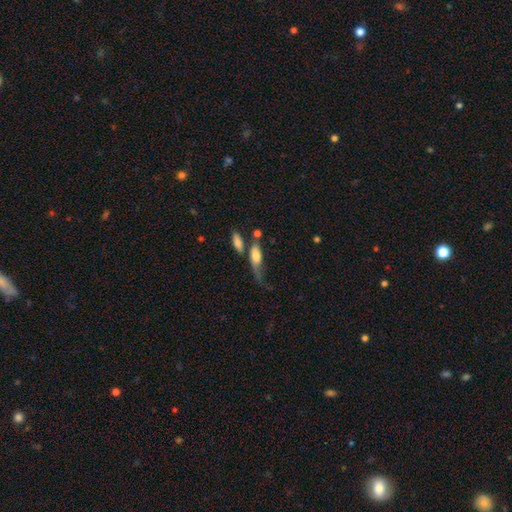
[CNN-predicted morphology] Overall: smooth (66%). How rounded: in between (70%). Merging: major disturbance (29%; none 27%).